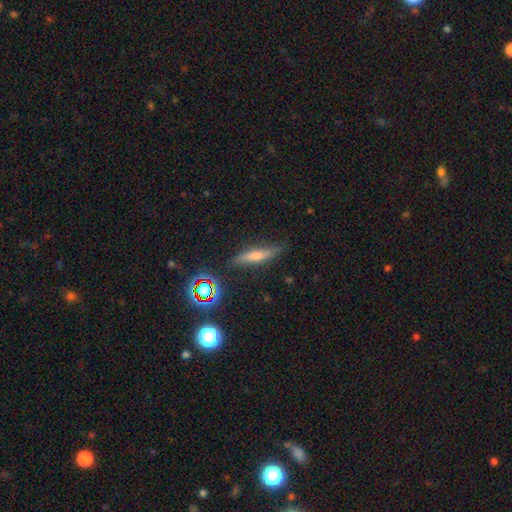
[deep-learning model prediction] Smooth or featured?
  - smooth: 47% *
  - featured or disk: 38%
  - star or artifact: 15%
Merging?
  - none: 81% *
  - minor disturbance: 14%
  - major disturbance: 3%
  - merger: 2%